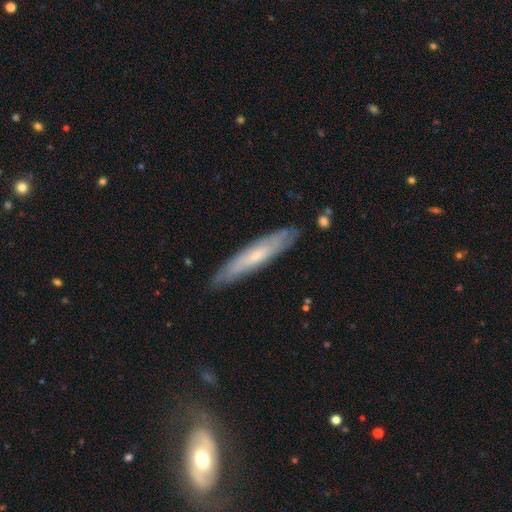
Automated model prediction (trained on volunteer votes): Smooth or featured?
  - featured or disk: 53% *
  - smooth: 39%
  - star or artifact: 8%
Edge-on disk?
  - yes: 70% *
  - no: 30%
Merging?
  - none: 84% *
  - minor disturbance: 12%
  - major disturbance: 2%
  - merger: 2%